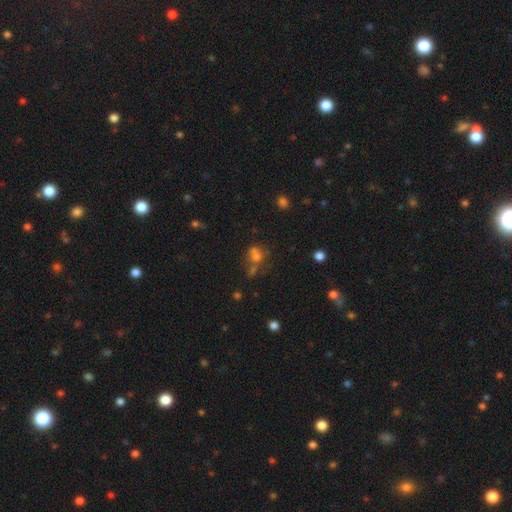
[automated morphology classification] The model was most divided on "merging": merger: 42%, none: 38%, minor disturbance: 11%, major disturbance: 8%. More confident: how rounded — round (69%); smooth or featured — smooth (55%).